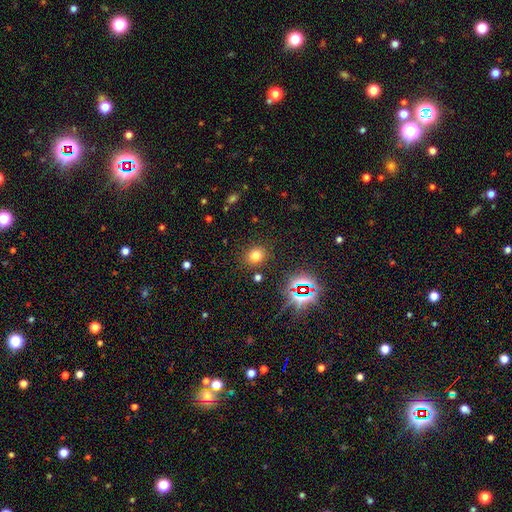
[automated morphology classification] A smooth galaxy with no disk features (71%) that is round (69%).

Vote fractions:
- Smooth or featured? smooth: 71% / star or artifact: 21% / featured or disk: 8%
- How rounded? round: 69% / in between: 30% / cigar-shaped: 1%
- Merging? none: 85% / minor disturbance: 8% / major disturbance: 3% / merger: 3%